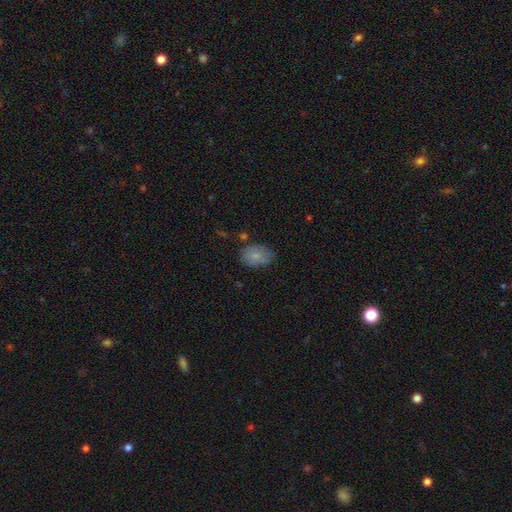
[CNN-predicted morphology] This is likely a smooth galaxy (79%). How rounded: clearly in between (83%). Merging: likely none (72%).